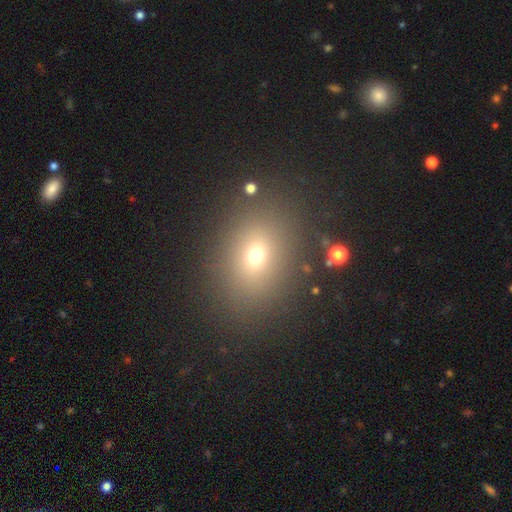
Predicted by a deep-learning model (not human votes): This appears to be a smooth galaxy with no disk features (67%) that is in between round and cigar-shaped (53%). Merging: none (84%).